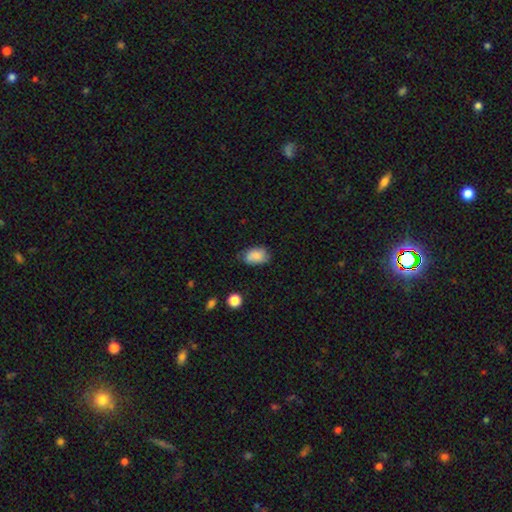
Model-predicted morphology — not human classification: The model was most divided on "merging": none: 63%, minor disturbance: 29%, major disturbance: 6%, merger: 2%. More confident: how rounded — in between (87%); smooth or featured — smooth (82%).